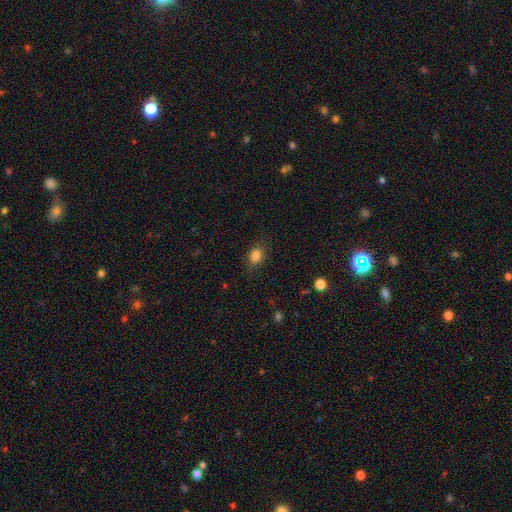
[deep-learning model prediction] The model was most divided on "how rounded": in between: 65%, round: 33%, cigar-shaped: 2%. More confident: smooth or featured — smooth (83%); merging — none (79%).